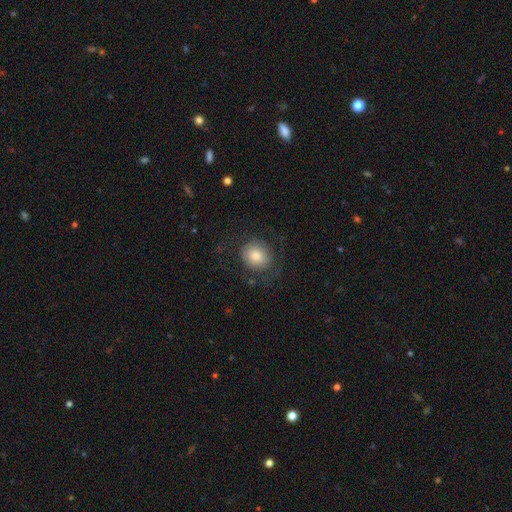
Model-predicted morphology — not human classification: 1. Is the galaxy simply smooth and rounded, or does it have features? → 64% smooth, 27% featured or disk, 9% star or artifact.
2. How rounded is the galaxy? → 73% round, 27% in between, 1% cigar-shaped.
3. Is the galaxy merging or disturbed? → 70% none, 15% minor disturbance, 13% major disturbance, 1% merger.